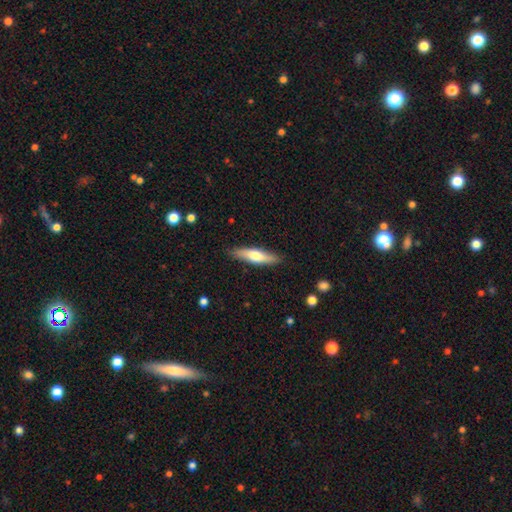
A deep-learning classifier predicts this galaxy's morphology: Overall: smooth (59%; featured or disk 35%). How rounded: cigar-shaped (75%). Merging: none (86%).